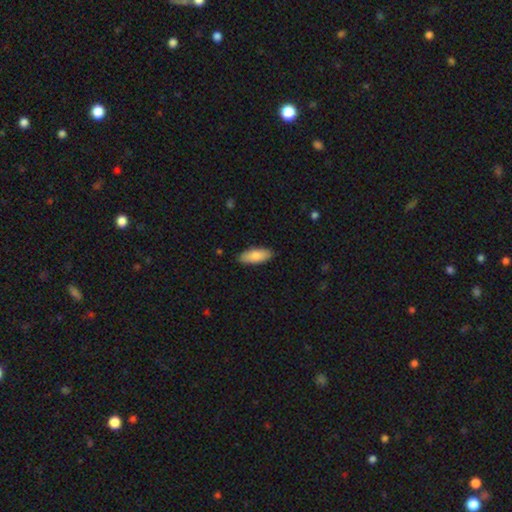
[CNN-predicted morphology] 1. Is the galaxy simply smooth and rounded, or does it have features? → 84% smooth, 10% featured or disk, 6% star or artifact.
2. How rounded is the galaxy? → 80% in between, 18% cigar-shaped, 2% round.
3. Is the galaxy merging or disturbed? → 87% none, 10% minor disturbance, 2% major disturbance, 1% merger.